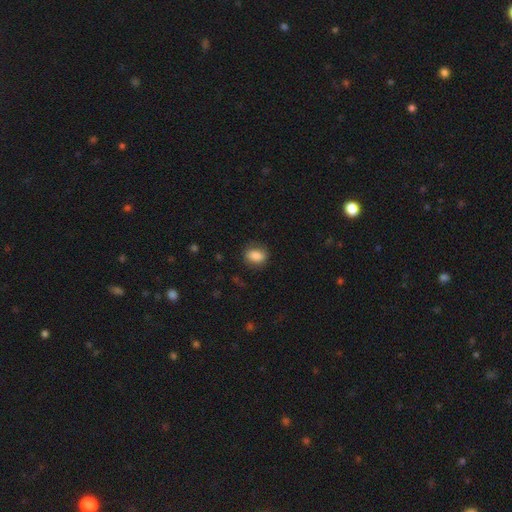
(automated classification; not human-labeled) A smooth galaxy with no disk features (84%) that is in between round and cigar-shaped (64%).

Vote fractions:
- Smooth or featured? smooth: 84% / featured or disk: 9% / star or artifact: 8%
- How rounded? in between: 64% / round: 34% / cigar-shaped: 1%
- Merging? none: 77% / minor disturbance: 16% / major disturbance: 6% / merger: 1%